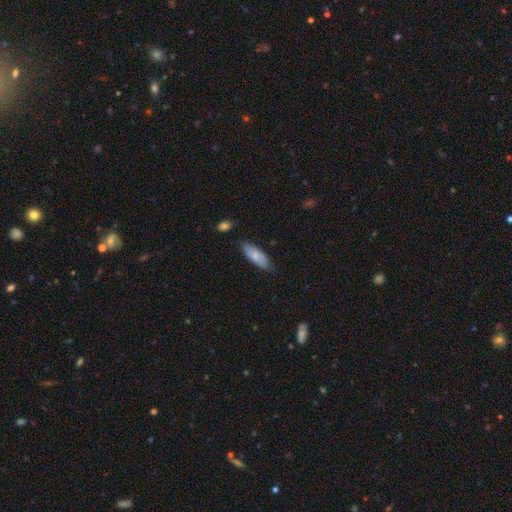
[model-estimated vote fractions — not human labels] Smooth or featured? smooth (73%)
How rounded? in between (72%)
Merging? none (82%)